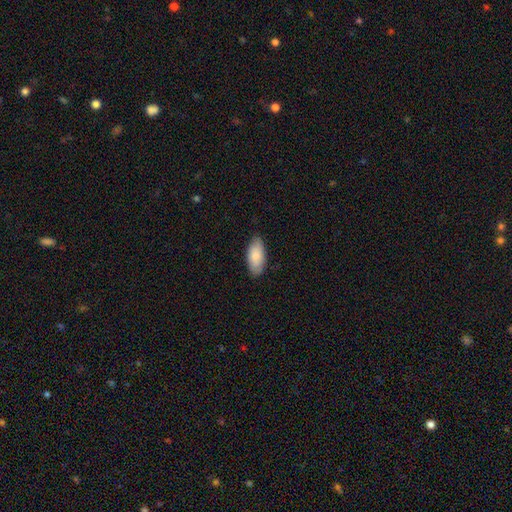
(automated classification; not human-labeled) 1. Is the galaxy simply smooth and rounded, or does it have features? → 83% smooth, 11% featured or disk, 6% star or artifact.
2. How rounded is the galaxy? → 92% in between, 7% cigar-shaped, 2% round.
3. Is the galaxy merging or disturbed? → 80% none, 16% minor disturbance, 2% major disturbance, 1% merger.